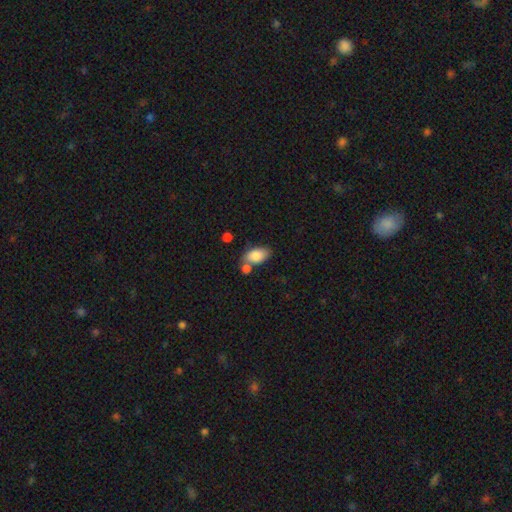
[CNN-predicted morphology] A smooth galaxy with no disk features (84%) that is in between round and cigar-shaped (92%).

Vote fractions:
- Smooth or featured? smooth: 84% / featured or disk: 9% / star or artifact: 7%
- How rounded? in between: 92% / round: 6% / cigar-shaped: 2%
- Merging? none: 53% / merger: 27% / minor disturbance: 15% / major disturbance: 5%